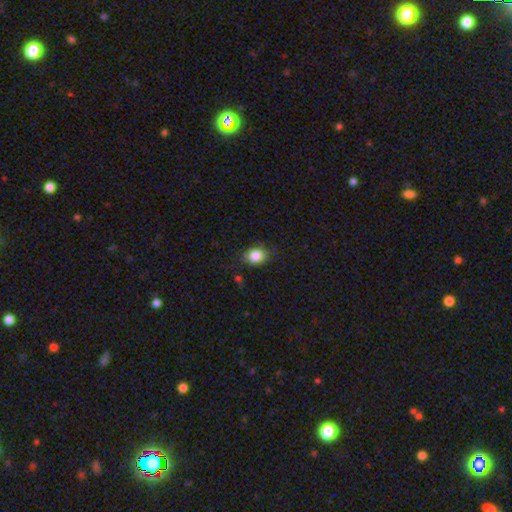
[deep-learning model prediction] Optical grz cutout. It shows a smooth galaxy with no disk features (84%) that is in between round and cigar-shaped (50%). Merging: none (76%).